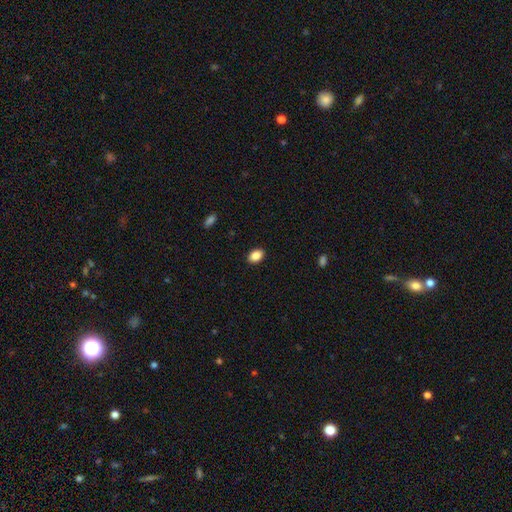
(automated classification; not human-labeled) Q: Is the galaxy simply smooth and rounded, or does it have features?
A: smooth — 87%.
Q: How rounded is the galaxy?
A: in between — 85%.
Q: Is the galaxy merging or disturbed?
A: none — 89%.